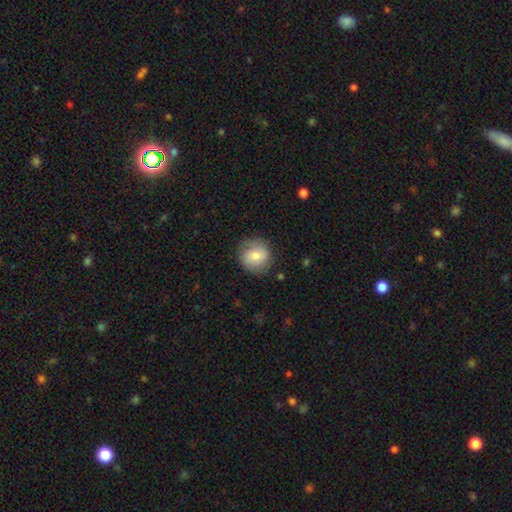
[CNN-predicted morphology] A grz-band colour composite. It shows a smooth galaxy with no disk features (72%) that is round (88%). Merging: none (79%).